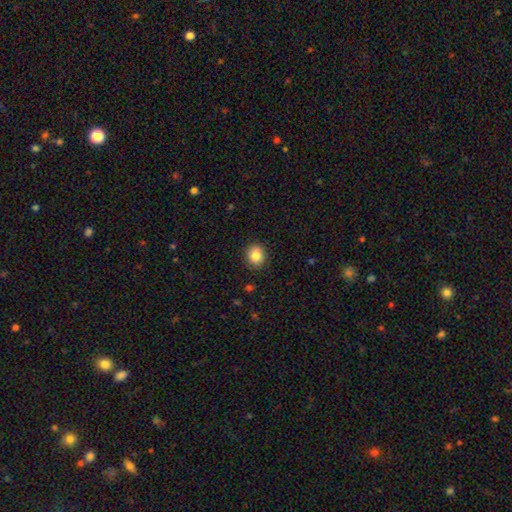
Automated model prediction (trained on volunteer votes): A smooth galaxy with no disk features (85%) that is round (76%). Merging: none (90%).